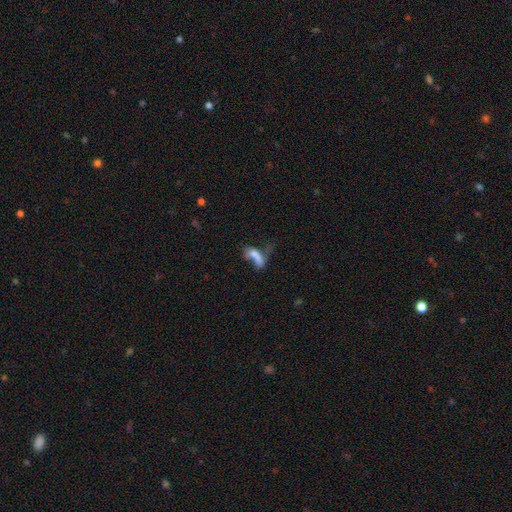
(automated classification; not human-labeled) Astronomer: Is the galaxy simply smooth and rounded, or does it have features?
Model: smooth — 61%.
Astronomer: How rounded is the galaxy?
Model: in between — 66%.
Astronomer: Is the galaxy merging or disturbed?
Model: merger — 38% (runner-up: major disturbance, 28%).